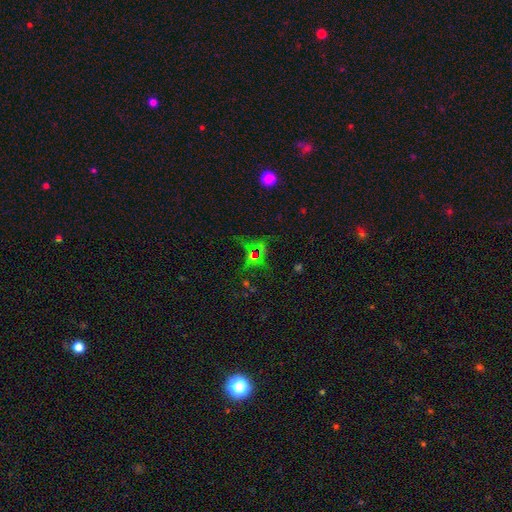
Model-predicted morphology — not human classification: The model was most divided on "smooth or featured": star or artifact: 62%, smooth: 26%, featured or disk: 12%.